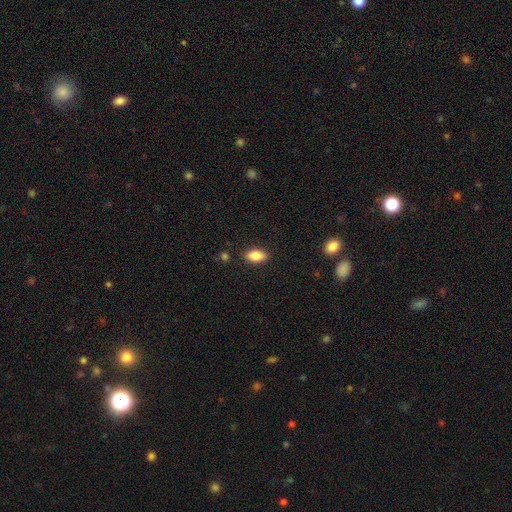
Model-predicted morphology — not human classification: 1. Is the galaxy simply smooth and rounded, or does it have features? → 83% smooth, 9% featured or disk, 8% star or artifact.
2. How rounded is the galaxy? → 89% in between, 6% cigar-shaped, 5% round.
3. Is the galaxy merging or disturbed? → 88% none, 9% minor disturbance, 2% major disturbance, 1% merger.